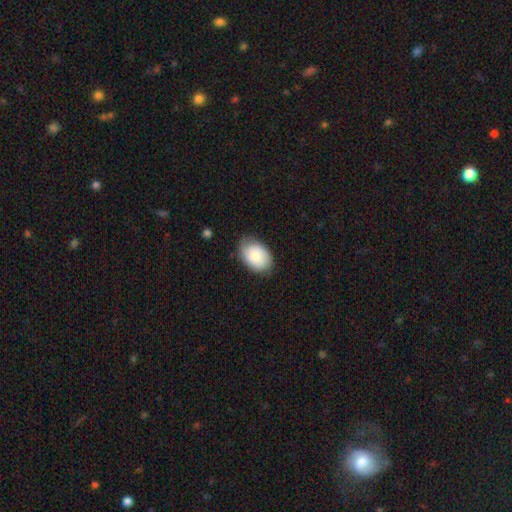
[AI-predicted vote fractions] smooth 73%, featured or disk 21%, star or artifact 7%. Down the decision tree: how rounded — in between (83%); merging — none (71%).